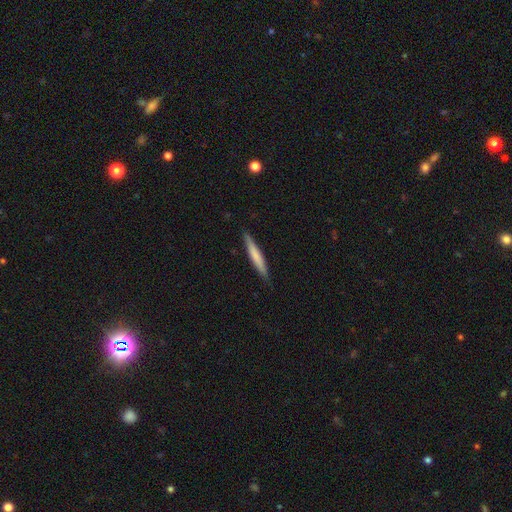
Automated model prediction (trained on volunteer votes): A smooth galaxy with no disk features (66%) that is cigar-shaped (95%). Merging: none (88%).